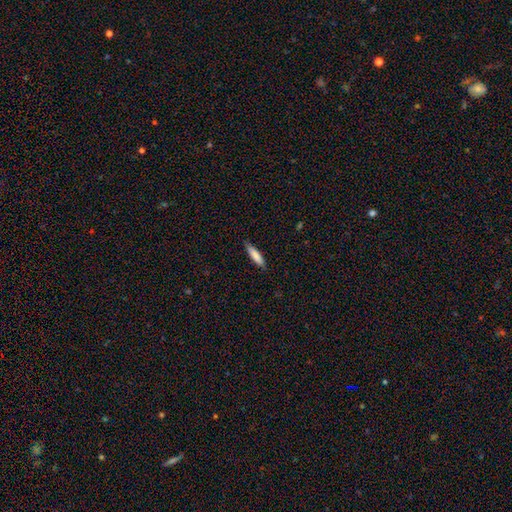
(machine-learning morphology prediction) The model was most divided on "how rounded": cigar-shaped: 78%, in between: 21%, round: 1%. More confident: merging — none (86%); smooth or featured — smooth (82%).